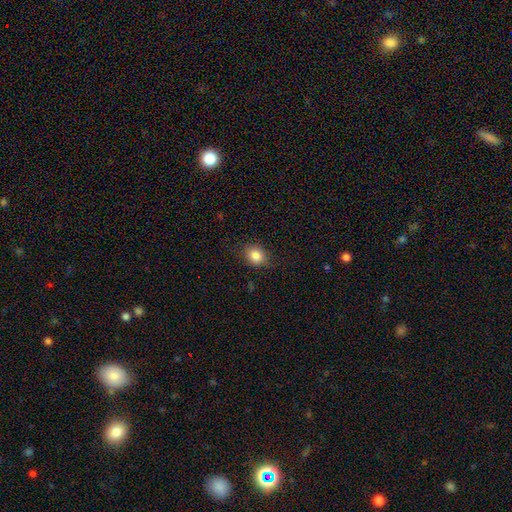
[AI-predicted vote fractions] Q: Smooth or featured?
A: smooth (85%); runner-up: star or artifact (10%)
Q: How rounded?
A: round (62%); runner-up: in between (37%)
Q: Merging?
A: none (83%); runner-up: minor disturbance (13%)